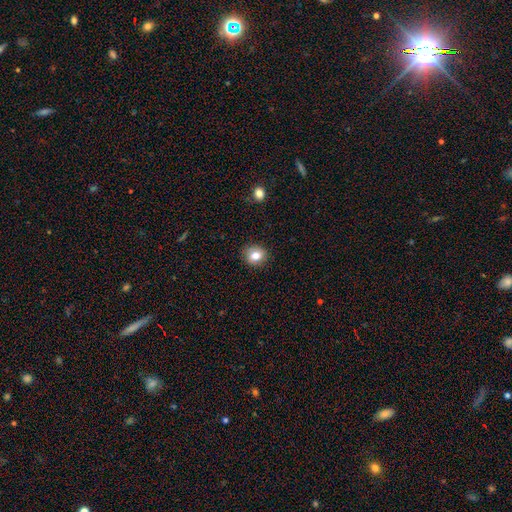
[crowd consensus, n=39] Smooth or featured: smooth — 87% (star or artifact — 10%)
How rounded: round — 65% (in between — 35%)
Merging: none — 89% (minor disturbance — 9%)